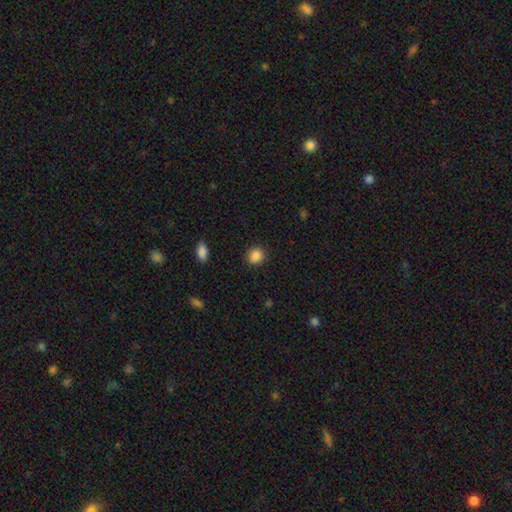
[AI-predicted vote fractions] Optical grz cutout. It shows a smooth galaxy with no disk features (87%) that is round (73%). Merging: none (88%).